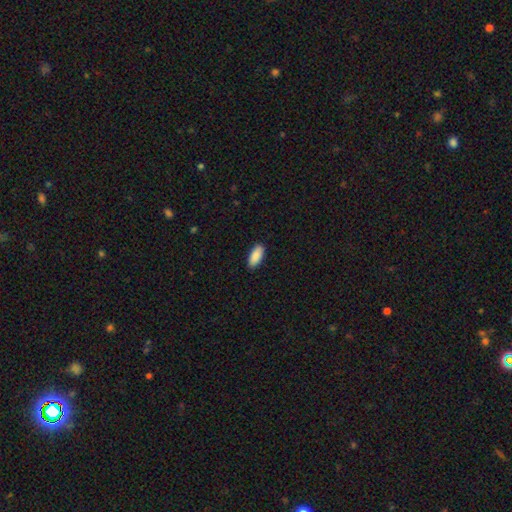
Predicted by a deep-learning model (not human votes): A smooth galaxy with no disk features (91%) that is in between round and cigar-shaped (87%).

Vote fractions:
- Smooth or featured? smooth: 91% / star or artifact: 6% / featured or disk: 4%
- How rounded? in between: 87% / cigar-shaped: 11% / round: 2%
- Merging? none: 90% / minor disturbance: 8% / major disturbance: 2% / merger: 1%